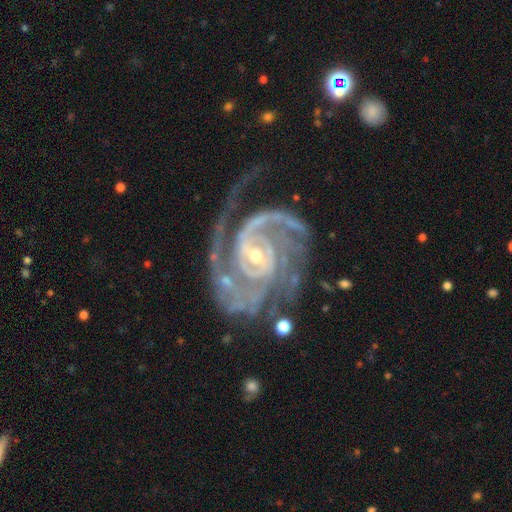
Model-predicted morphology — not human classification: Overall: featured or disk (93%). Edge-on disk: no (98%). Bar: no (43%; weak 37%). Spiral arms: yes (99%). Spiral arm count: 2 (51%; 3 22%). Spiral winding: tight (61%; medium 34%). Bulge size: small (68%; moderate 28%). Merging: none (61%).